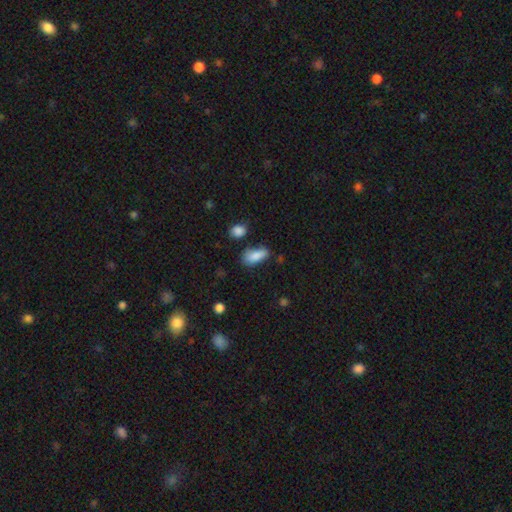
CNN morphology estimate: A smooth galaxy with no disk features (86%) that is in between round and cigar-shaped (86%).

Vote fractions:
- Smooth or featured? smooth: 86% / star or artifact: 8% / featured or disk: 7%
- How rounded? in between: 86% / cigar-shaped: 10% / round: 4%
- Merging? none: 58% / minor disturbance: 28% / major disturbance: 7% / merger: 6%